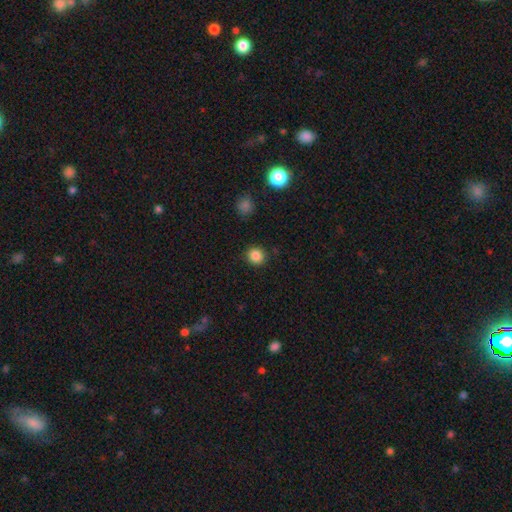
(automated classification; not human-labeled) A smooth galaxy with no disk features (85%) that is round (89%). Merging: none (89%).